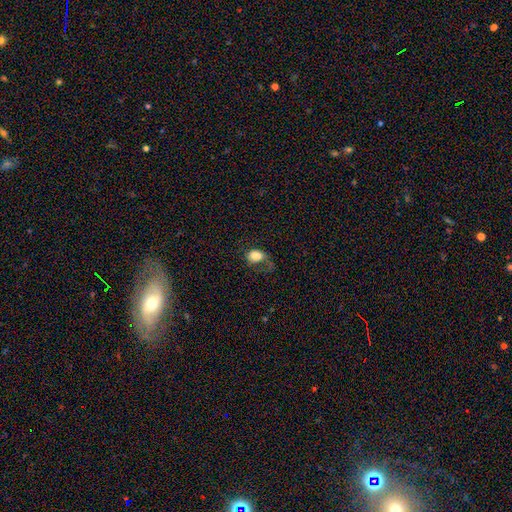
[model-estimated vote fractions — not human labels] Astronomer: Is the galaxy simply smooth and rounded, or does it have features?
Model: smooth — 76%.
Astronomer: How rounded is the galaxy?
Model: in between — 76%.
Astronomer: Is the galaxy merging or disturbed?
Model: major disturbance — 39% (runner-up: none, 33%).